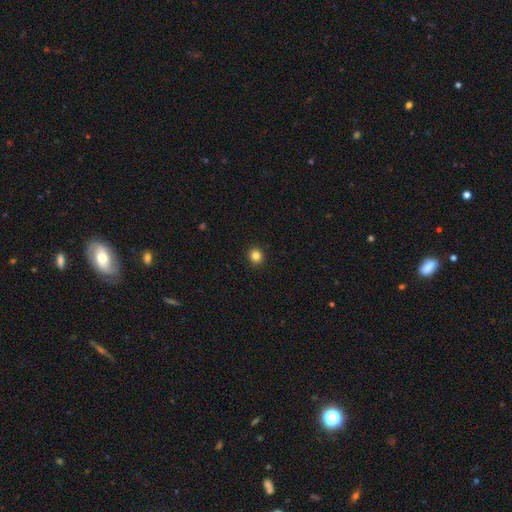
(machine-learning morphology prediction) A smooth galaxy with no disk features (84%) that is round (89%).

Vote fractions:
- Smooth or featured? smooth: 84% / star or artifact: 12% / featured or disk: 4%
- How rounded? round: 89% / in between: 10% / cigar-shaped: 1%
- Merging? none: 93% / minor disturbance: 5% / major disturbance: 2% / merger: 1%